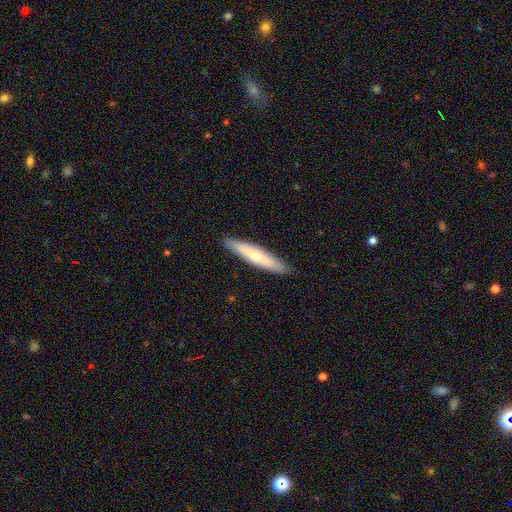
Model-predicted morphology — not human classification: A smooth galaxy with no disk features (54%) that is cigar-shaped (88%).

Vote fractions:
- Smooth or featured? smooth: 54% / featured or disk: 41% / star or artifact: 5%
- How rounded? cigar-shaped: 88% / in between: 11% / round: 1%
- Merging? none: 90% / minor disturbance: 8% / major disturbance: 2% / merger: 1%